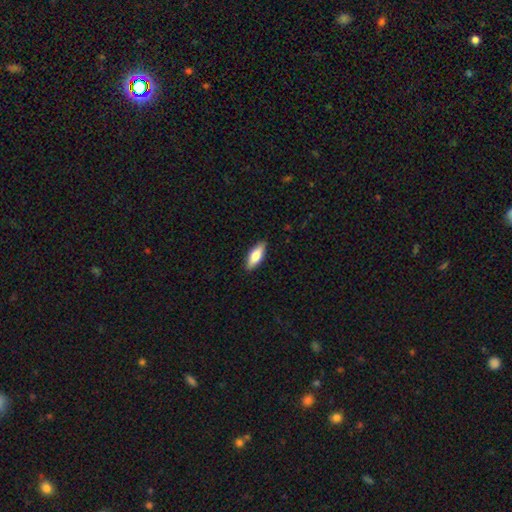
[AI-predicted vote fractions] smooth 71%, featured or disk 23%, star or artifact 6%. Down the decision tree: how rounded — in between (67%); merging — none (89%).